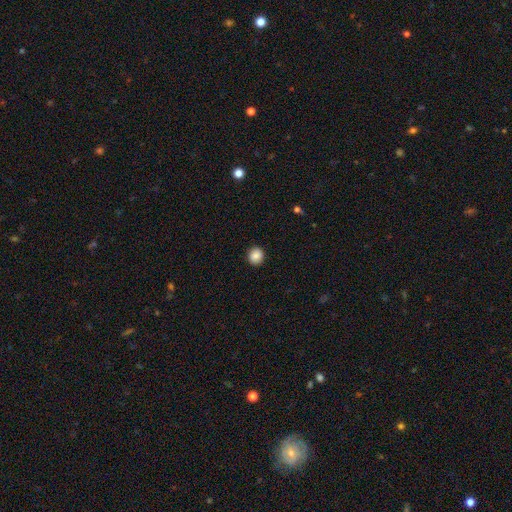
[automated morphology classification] Smooth or featured? Predicted: smooth (p=0.88). How rounded? Predicted: round (p=0.87). Merging? Predicted: none (p=0.91).